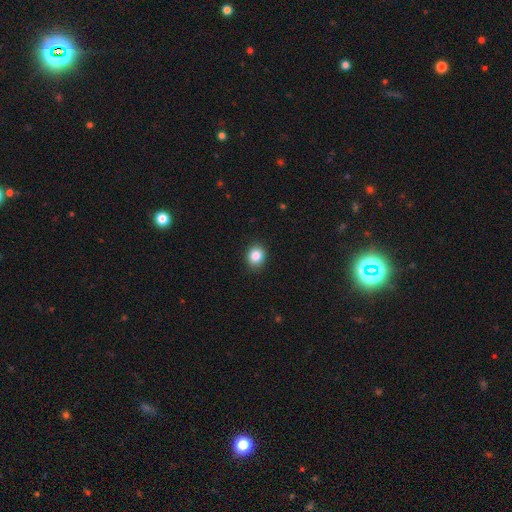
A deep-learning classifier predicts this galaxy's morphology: smooth 86%, star or artifact 10%, featured or disk 4%. Down the decision tree: how rounded — round (64%); merging — none (89%).